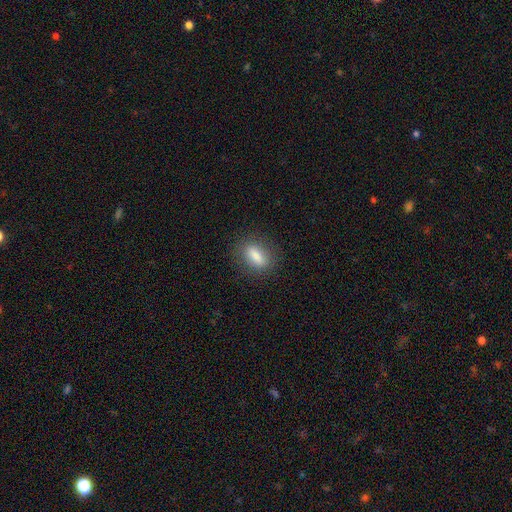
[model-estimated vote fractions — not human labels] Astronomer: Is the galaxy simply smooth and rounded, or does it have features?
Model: smooth — 79%.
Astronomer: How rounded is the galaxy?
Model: in between — 66%.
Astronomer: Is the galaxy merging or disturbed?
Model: none — 85%.